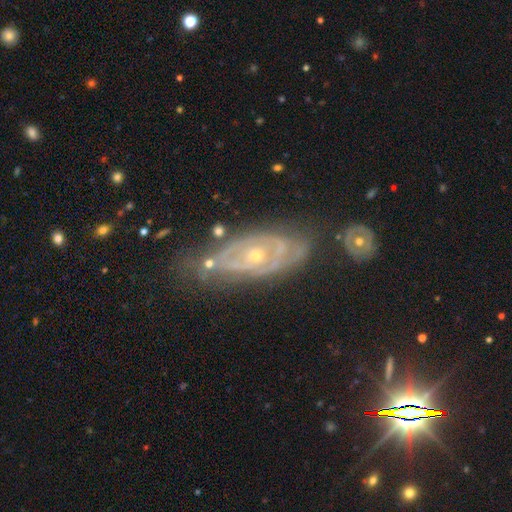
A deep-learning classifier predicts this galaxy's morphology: A featured or disk galaxy (81%) with no bar (74%), tight (71%) spiral arms (83%) and a small central bulge (55%).

Vote fractions:
- Smooth or featured? featured or disk: 81% / star or artifact: 9% / smooth: 9%
- Edge-on disk? no: 90% / yes: 10%
- Bar? no: 74% / weak: 19% / strong: 7%
- Spiral arms? yes: 83% / no: 17%
- Spiral winding? tight: 71% / medium: 23% / loose: 6%
- Spiral arm count? can't tell: 41% / 2: 35% / 3: 10% / 1: 5% / 4: 4% / more than 4: 4%
- Bulge size? small: 55% / moderate: 41% / large: 2% / none: 1% / dominant: 1%
- Merging? none: 66% / minor disturbance: 20% / major disturbance: 8% / merger: 6%